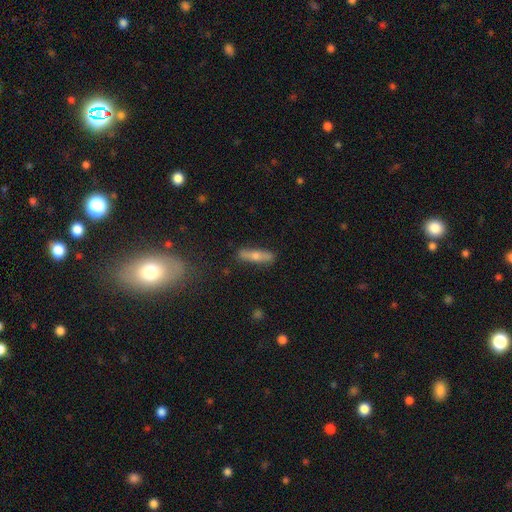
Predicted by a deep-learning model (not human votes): Smooth or featured?
  - smooth: 43% *
  - featured or disk: 36%
  - star or artifact: 21%
Merging?
  - none: 73% *
  - minor disturbance: 15%
  - major disturbance: 6%
  - merger: 5%